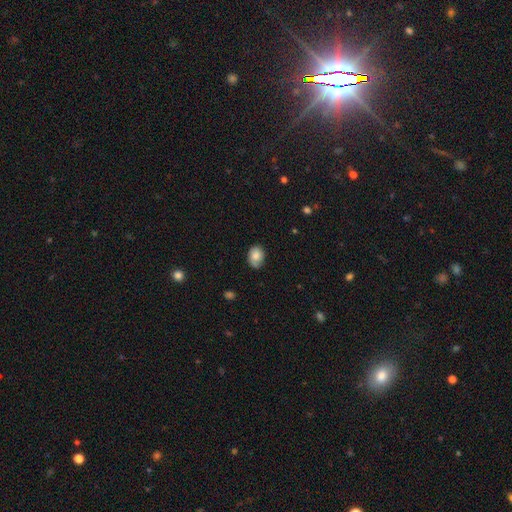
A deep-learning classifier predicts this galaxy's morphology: smooth-or-featured: smooth: 79% | featured or disk: 12% | star or artifact: 8%
  how-rounded: in between: 60% | round: 39% | cigar-shaped: 1%
  merging: none: 64% | minor disturbance: 28% | major disturbance: 6% | merger: 2%